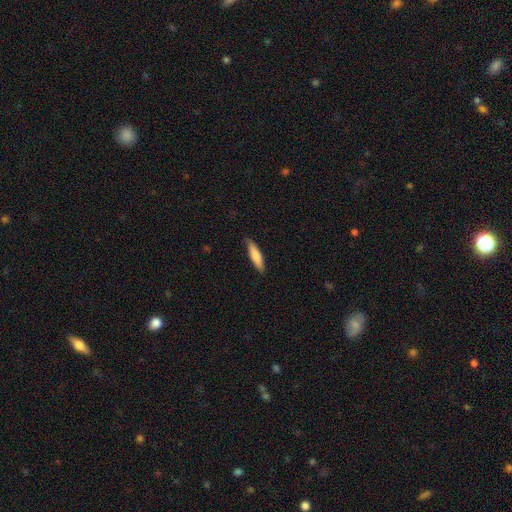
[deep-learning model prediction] smooth-or-featured: smooth: 76% | featured or disk: 19% | star or artifact: 5%
  how-rounded: cigar-shaped: 79% | in between: 20% | round: 1%
  merging: none: 83% | minor disturbance: 14% | major disturbance: 2% | merger: 1%